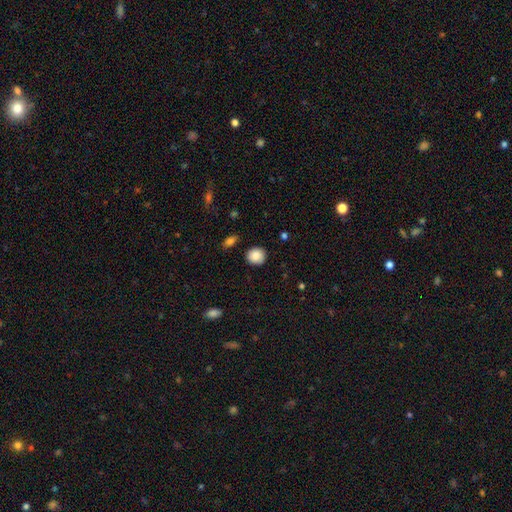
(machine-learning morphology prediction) smooth 86%, star or artifact 8%, featured or disk 6%. Down the decision tree: how rounded — round (86%); merging — none (88%).